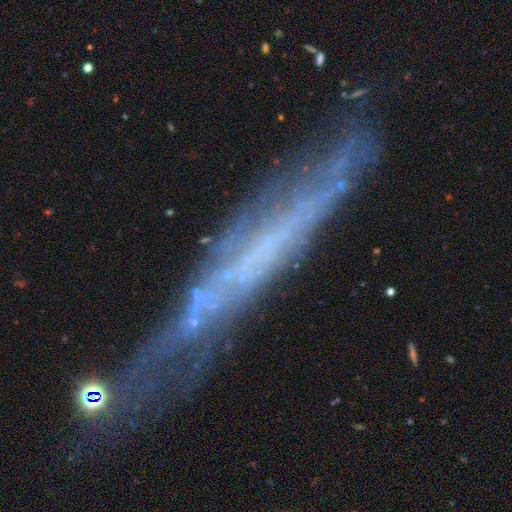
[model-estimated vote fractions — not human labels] A featured or disk galaxy (67%) viewed edge-on (77%) with no central bulge (82%). Merging: none (63%).